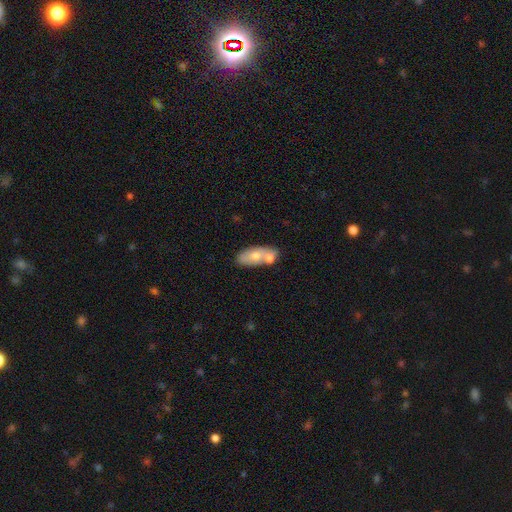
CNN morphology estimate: type=smooth (63%); roundness=in between (85%); merging=none (46%).